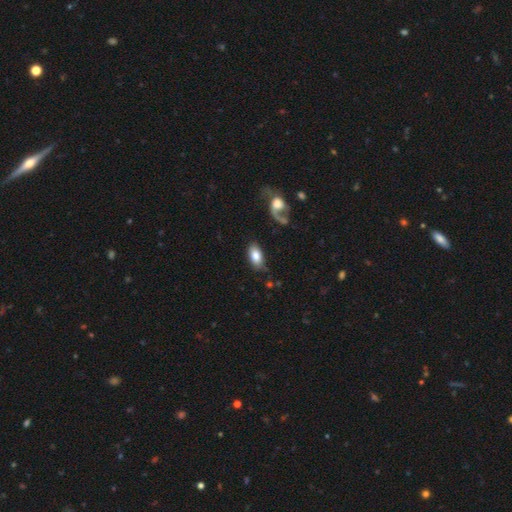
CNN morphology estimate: smooth 78%, featured or disk 16%, star or artifact 7%. Down the decision tree: how rounded — in between (92%); merging — none (74%).